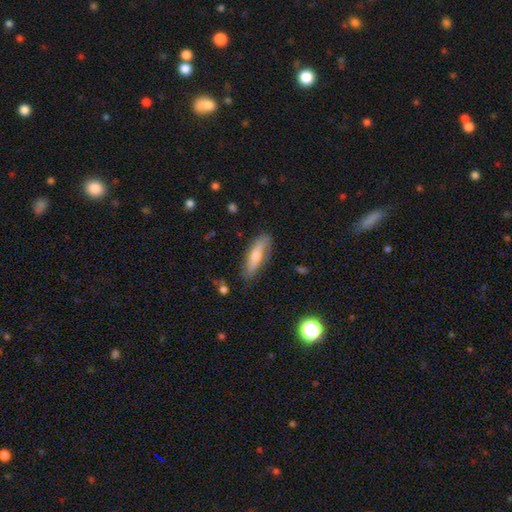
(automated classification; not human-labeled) Q: Smooth or featured?
A: smooth (57%); runner-up: featured or disk (35%)
Q: How rounded?
A: cigar-shaped (56%); runner-up: in between (42%)
Q: Merging?
A: none (79%); runner-up: minor disturbance (16%)